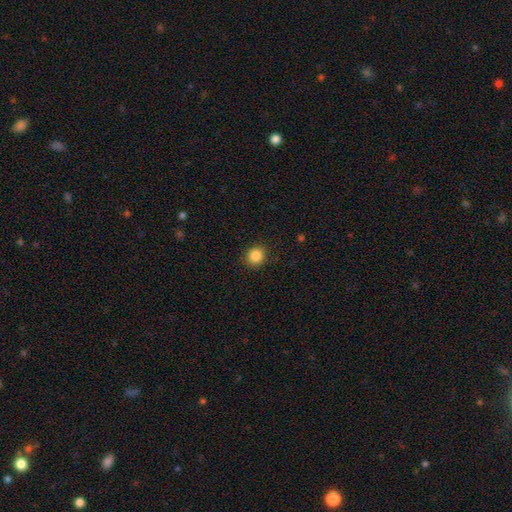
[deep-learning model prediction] Smooth or featured? smooth (86%)
How rounded? round (85%)
Merging? none (88%)